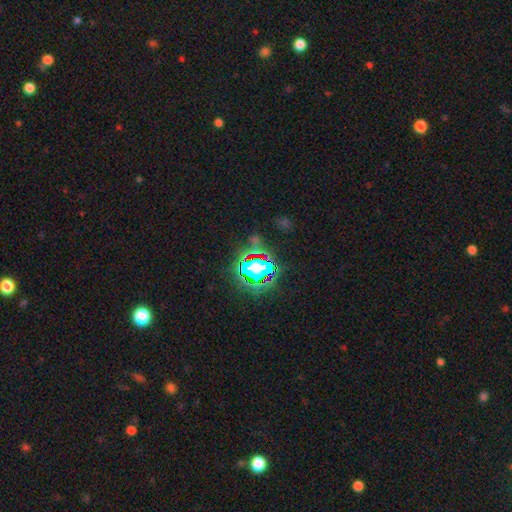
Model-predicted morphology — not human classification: smooth-or-featured: star or artifact: 80% | smooth: 13% | featured or disk: 7%